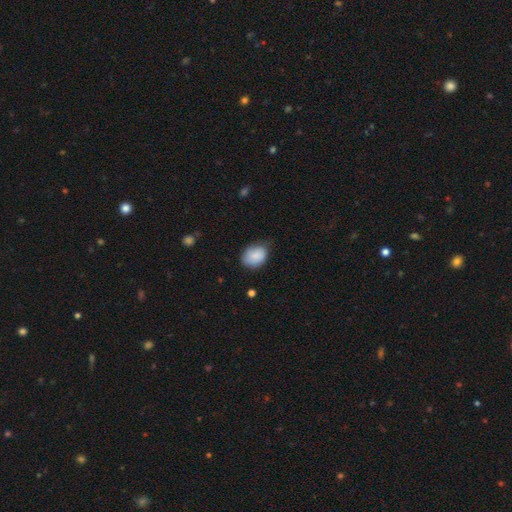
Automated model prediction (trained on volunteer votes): Q: Smooth or featured?
A: smooth (84%); runner-up: featured or disk (9%)
Q: How rounded?
A: in between (66%); runner-up: round (33%)
Q: Merging?
A: none (60%); runner-up: minor disturbance (32%)